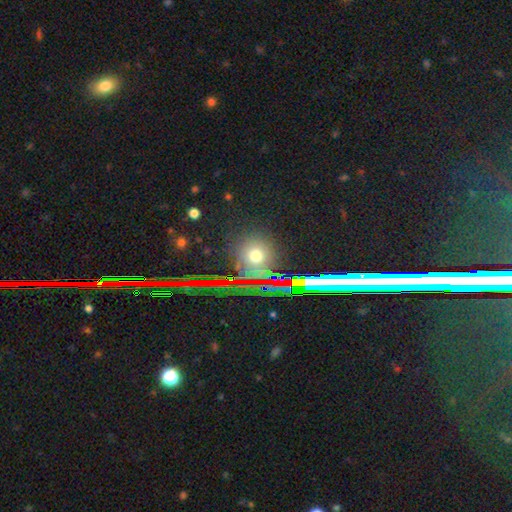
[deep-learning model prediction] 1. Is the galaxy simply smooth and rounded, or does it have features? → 64% smooth, 27% star or artifact, 9% featured or disk.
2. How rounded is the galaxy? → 82% round, 16% in between, 2% cigar-shaped.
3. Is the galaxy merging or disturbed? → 81% none, 10% minor disturbance, 5% major disturbance, 4% merger.